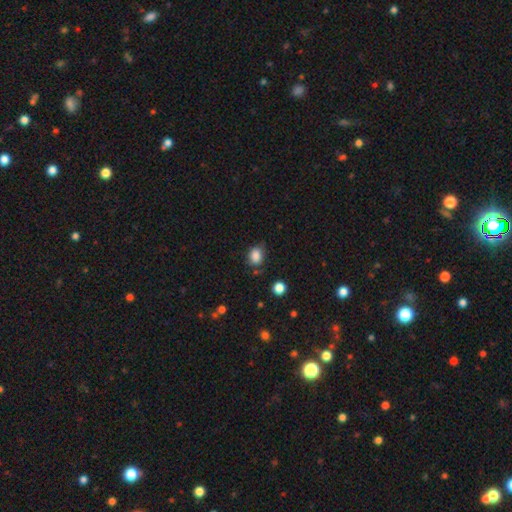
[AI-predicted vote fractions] Morphology: type=smooth (85%); roundness=in between (56%); merging=none (68%).